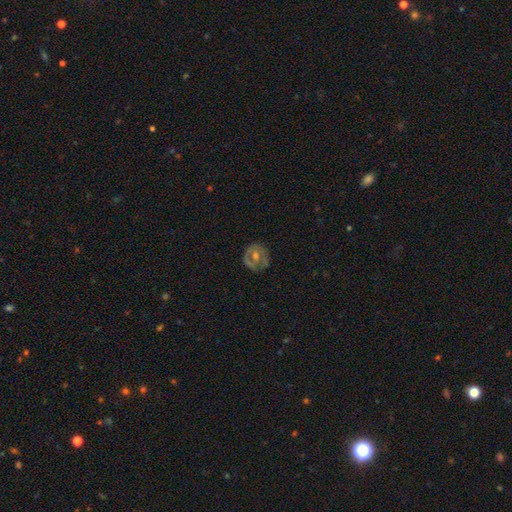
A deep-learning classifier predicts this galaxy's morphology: Smooth or featured: featured or disk — 60% (smooth — 32%)
Edge-on disk: no — 96% (yes — 4%)
Bar: no — 81% (weak — 15%)
Spiral arms: no — 65% (yes — 35%)
Bulge size: moderate — 70% (small — 23%)
Merging: none — 79% (minor disturbance — 15%)